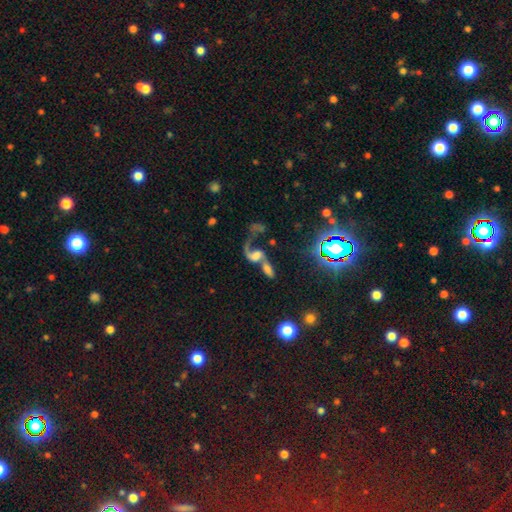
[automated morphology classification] smooth_or_featured: featured or disk (p=0.62) [alt: smooth p=0.22]
disk_edge_on: no (p=0.94) [alt: yes p=0.06]
bar: no (p=0.58) [alt: weak p=0.29]
has_spiral_arms: yes (p=0.75) [alt: no p=0.25]
bulge_size: none (p=0.34) [alt: moderate p=0.23]
merging: merger (p=0.64) [alt: major disturbance p=0.16]